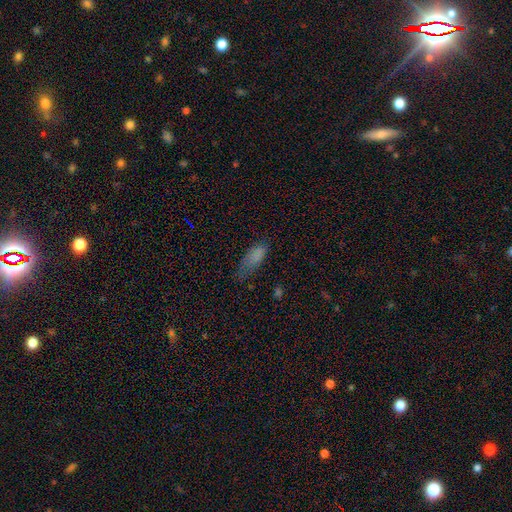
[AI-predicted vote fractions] Smooth or featured? smooth (77%)
How rounded? in between (73%)
Merging? none (43%)